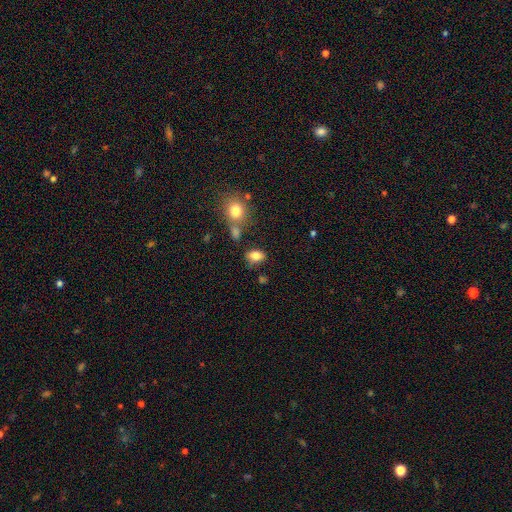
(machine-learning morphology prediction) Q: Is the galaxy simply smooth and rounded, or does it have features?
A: smooth — 82%.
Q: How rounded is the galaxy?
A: in between — 81%.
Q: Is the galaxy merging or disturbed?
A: none — 68%.